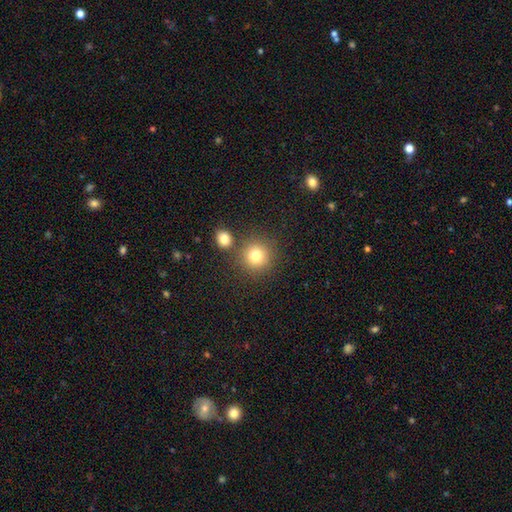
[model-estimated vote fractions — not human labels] smooth 80%, star or artifact 12%, featured or disk 8%. Down the decision tree: how rounded — round (92%); merging — none (76%).